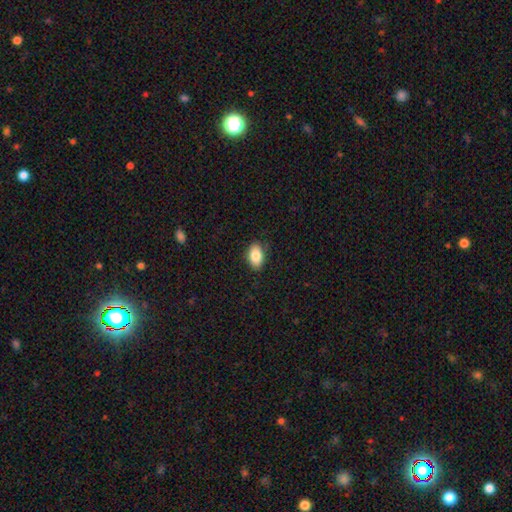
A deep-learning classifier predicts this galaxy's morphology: A smooth galaxy with no disk features (85%) that is in between round and cigar-shaped (91%). Merging: none (86%).